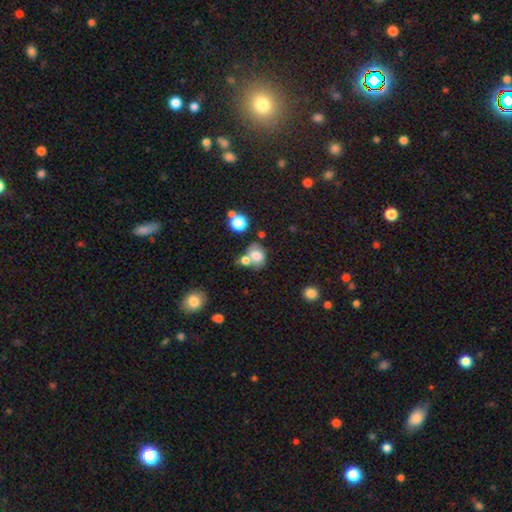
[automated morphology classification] A smooth galaxy with no disk features (73%) that is in between round and cigar-shaped (53%).

Vote fractions:
- Smooth or featured? smooth: 73% / featured or disk: 15% / star or artifact: 12%
- How rounded? in between: 53% / round: 45% / cigar-shaped: 1%
- Merging? none: 42% / merger: 36% / minor disturbance: 15% / major disturbance: 7%